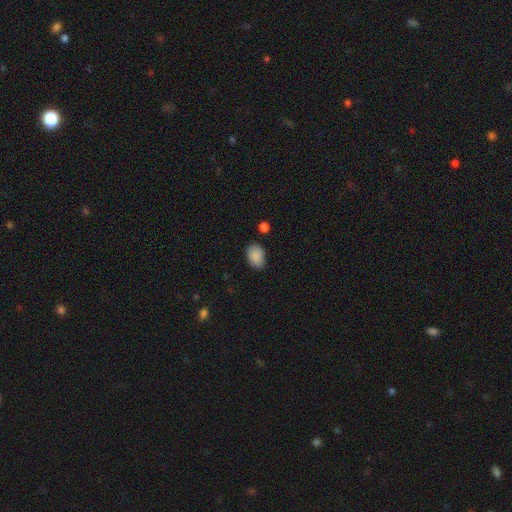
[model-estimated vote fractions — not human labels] Smooth or featured: smooth — 88% (star or artifact — 7%)
How rounded: in between — 82% (round — 17%)
Merging: none — 80% (minor disturbance — 15%)